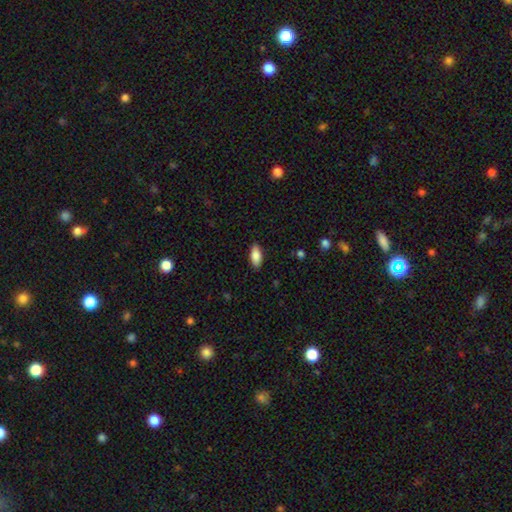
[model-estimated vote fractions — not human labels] Smooth or featured: smooth — 87% (star or artifact — 6%)
How rounded: in between — 87% (cigar-shaped — 11%)
Merging: none — 88% (minor disturbance — 9%)